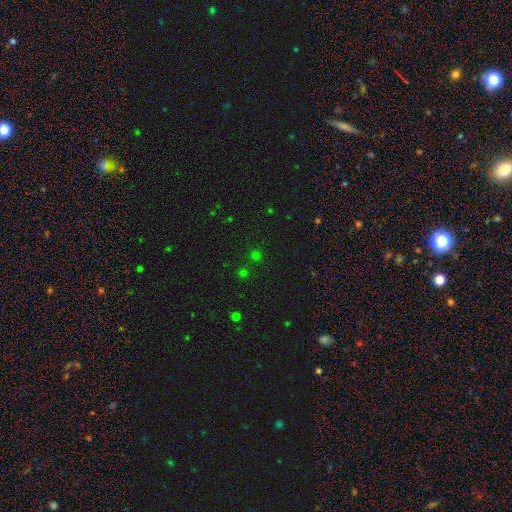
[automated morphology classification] Smooth or featured: smooth — 55% (star or artifact — 40%)
How rounded: round — 92% (in between — 7%)
Merging: none — 84% (minor disturbance — 7%)